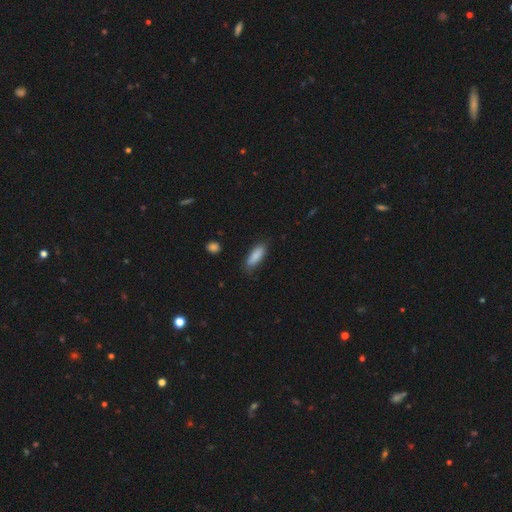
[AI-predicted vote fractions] smooth-or-featured: smooth: 87% | star or artifact: 7% | featured or disk: 6%
  how-rounded: in between: 59% | cigar-shaped: 39% | round: 2%
  merging: none: 79% | minor disturbance: 16% | major disturbance: 3% | merger: 1%